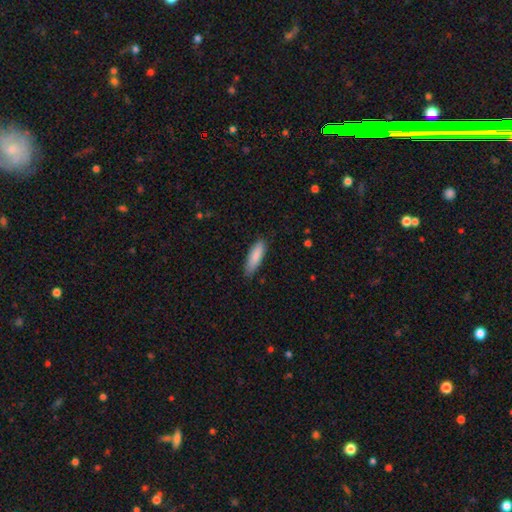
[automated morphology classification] smooth-or-featured: smooth: 87% | featured or disk: 7% | star or artifact: 6%
  how-rounded: cigar-shaped: 57% | in between: 42% | round: 1%
  merging: none: 81% | minor disturbance: 15% | major disturbance: 2% | merger: 1%